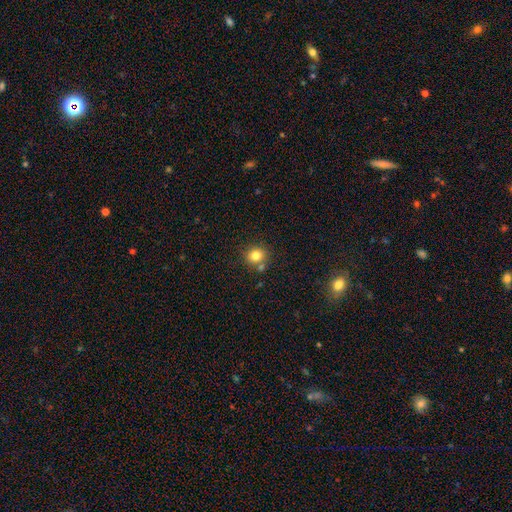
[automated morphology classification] A smooth galaxy with no disk features (81%) that is round (84%).

Vote fractions:
- Smooth or featured? smooth: 81% / star or artifact: 12% / featured or disk: 7%
- How rounded? round: 84% / in between: 16% / cigar-shaped: 1%
- Merging? none: 73% / merger: 14% / minor disturbance: 10% / major disturbance: 3%